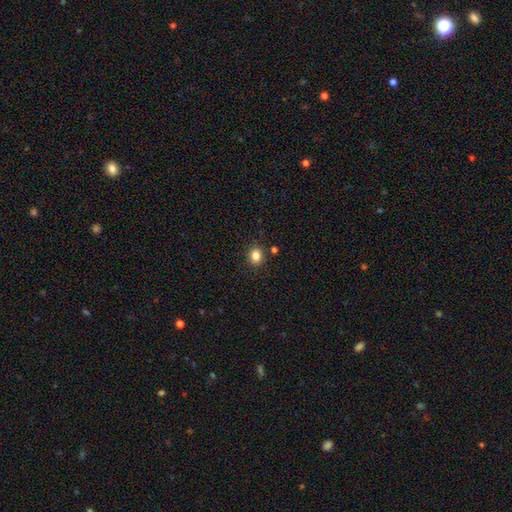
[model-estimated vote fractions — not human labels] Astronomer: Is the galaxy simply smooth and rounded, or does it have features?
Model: smooth — 84%.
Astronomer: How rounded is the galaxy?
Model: round — 57% (runner-up: in between, 43%).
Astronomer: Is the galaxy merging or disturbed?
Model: none — 86%.